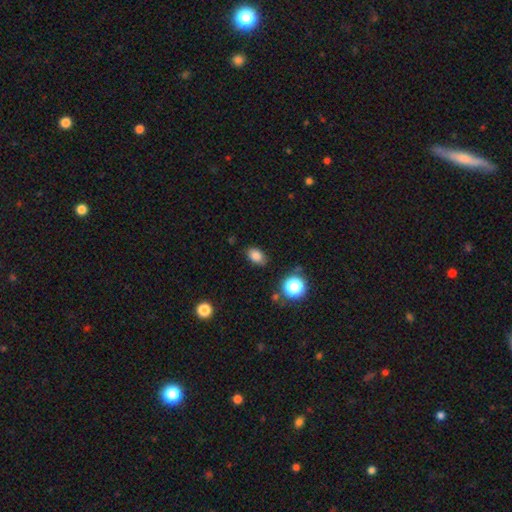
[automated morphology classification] This is clearly a smooth galaxy (82%). How rounded: clearly in between (82%). Merging: clearly none (83%).